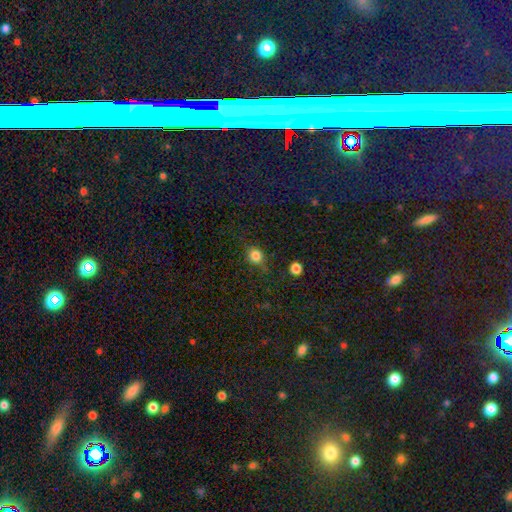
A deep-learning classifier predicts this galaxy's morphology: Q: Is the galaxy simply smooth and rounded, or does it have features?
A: smooth — 80%.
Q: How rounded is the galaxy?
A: round — 82%.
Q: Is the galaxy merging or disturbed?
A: none — 71%.